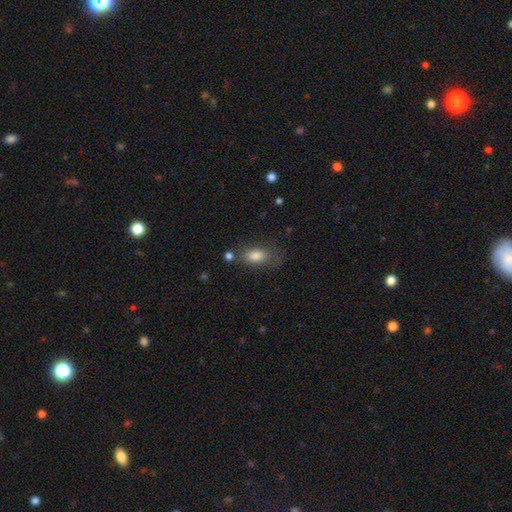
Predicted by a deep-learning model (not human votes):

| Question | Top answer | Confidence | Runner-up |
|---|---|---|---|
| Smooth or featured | smooth | 80% | featured or disk (11%) |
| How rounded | in between | 86% | round (8%) |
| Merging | none | 61% | minor disturbance (22%) |